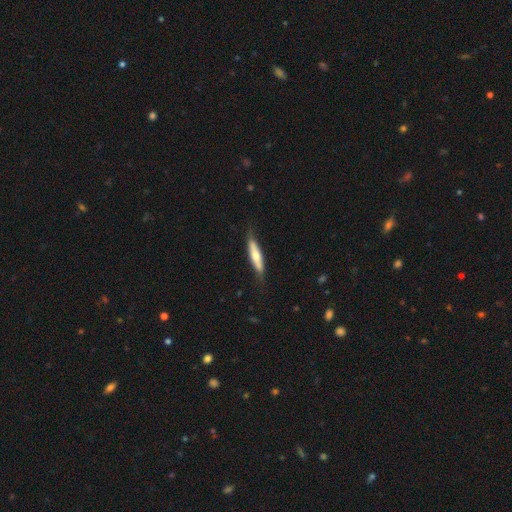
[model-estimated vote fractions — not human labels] Smooth or featured?
  - smooth: 54% *
  - featured or disk: 41%
  - star or artifact: 5%
How rounded?
  - cigar-shaped: 82% *
  - in between: 17%
  - round: 2%
Merging?
  - none: 75% *
  - minor disturbance: 20%
  - major disturbance: 4%
  - merger: 1%